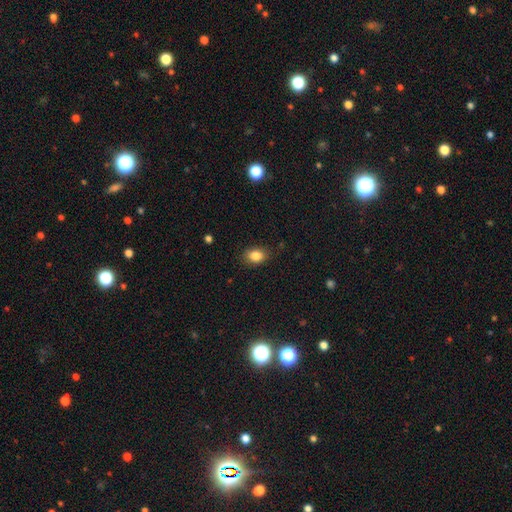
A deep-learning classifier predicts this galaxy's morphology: Smooth or featured? Predicted: smooth (p=0.85). How rounded? Predicted: in between (p=0.69). Merging? Predicted: none (p=0.82).